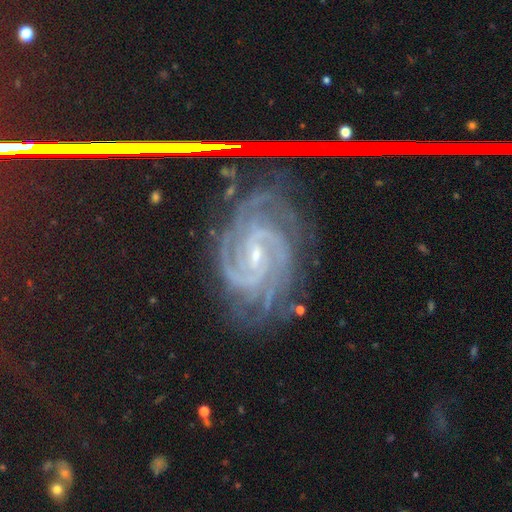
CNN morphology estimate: The model was most divided on "bar": weak: 44%, strong: 31%, no: 25%. Remaining: spiral arms — yes (99%); edge-on disk — no (97%); smooth or featured — featured or disk (86%); bulge size — small (79%); merging — none (71%); spiral winding — tight (63%); spiral arm count — 2 (34%).